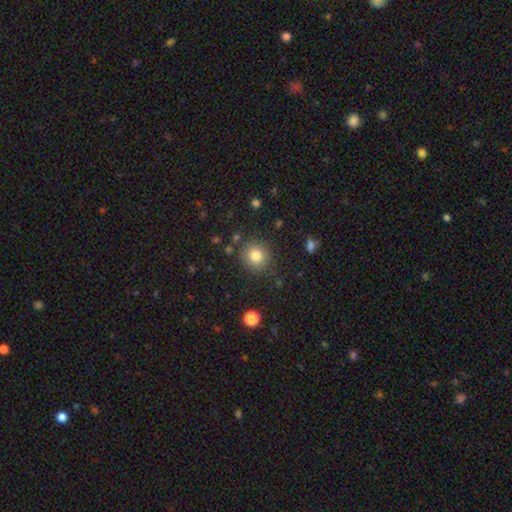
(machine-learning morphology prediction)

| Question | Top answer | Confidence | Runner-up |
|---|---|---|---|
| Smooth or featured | smooth | 81% | star or artifact (12%) |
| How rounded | round | 90% | in between (9%) |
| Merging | none | 86% | minor disturbance (9%) |